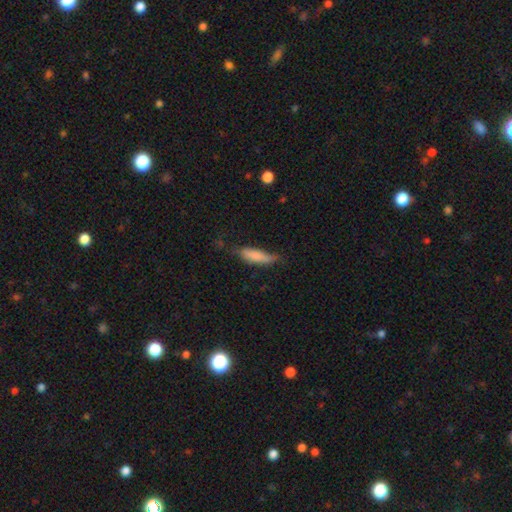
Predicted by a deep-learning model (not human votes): A smooth galaxy with no disk features (81%) that is cigar-shaped (52%).

Vote fractions:
- Smooth or featured? smooth: 81% / featured or disk: 12% / star or artifact: 7%
- How rounded? cigar-shaped: 52% / in between: 46% / round: 2%
- Merging? none: 51% / minor disturbance: 35% / major disturbance: 11% / merger: 2%